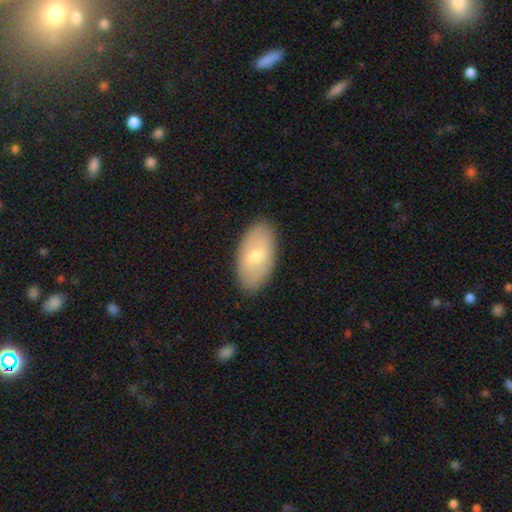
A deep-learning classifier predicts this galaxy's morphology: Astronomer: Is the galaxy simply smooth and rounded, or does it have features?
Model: smooth — 62%.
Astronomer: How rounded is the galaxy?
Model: in between — 94%.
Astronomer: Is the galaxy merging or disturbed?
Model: none — 87%.